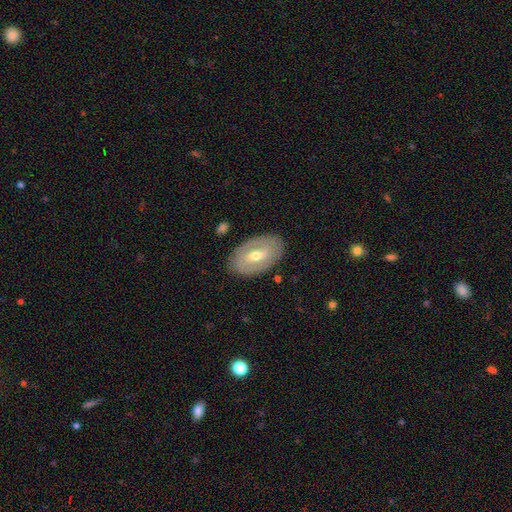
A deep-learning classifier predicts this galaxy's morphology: type=featured or disk (65%); edge-on=no (91%); bar=weak (42%); spiral arms=no (53%); bulge=moderate (62%); merging=none (85%).